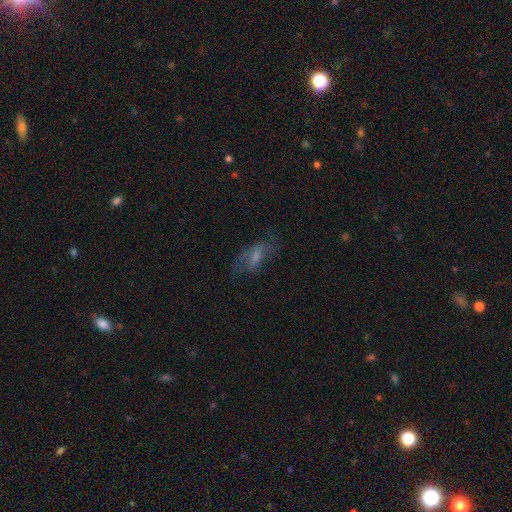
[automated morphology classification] Smooth or featured?
  - featured or disk: 45% *
  - smooth: 39%
  - star or artifact: 16%
Merging?
  - none: 60% *
  - minor disturbance: 20%
  - major disturbance: 17%
  - merger: 2%